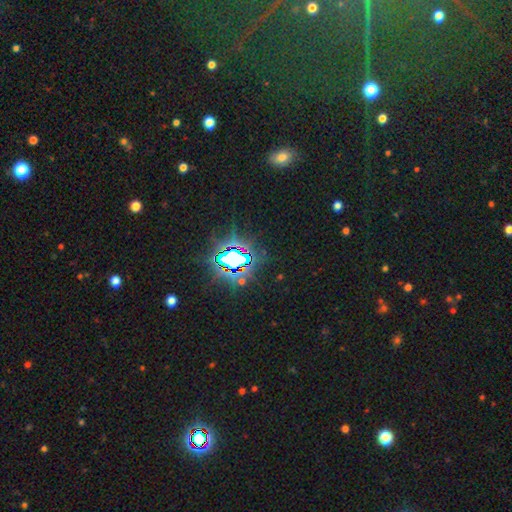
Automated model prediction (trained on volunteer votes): Q: Smooth or featured?
A: star or artifact (82%); runner-up: smooth (11%)